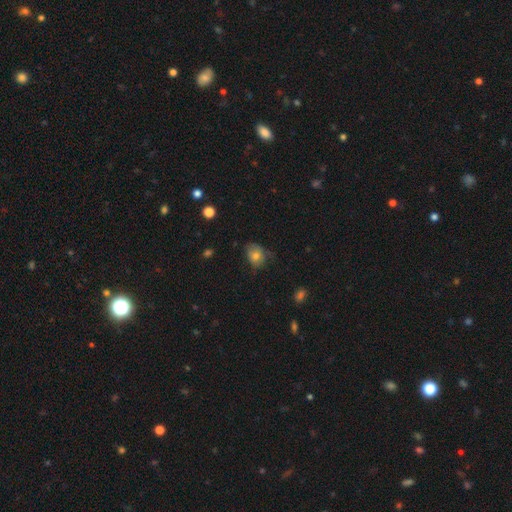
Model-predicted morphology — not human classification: This is likely a smooth galaxy (74%). How rounded: possibly in between (55%). Merging: possibly none (53%).